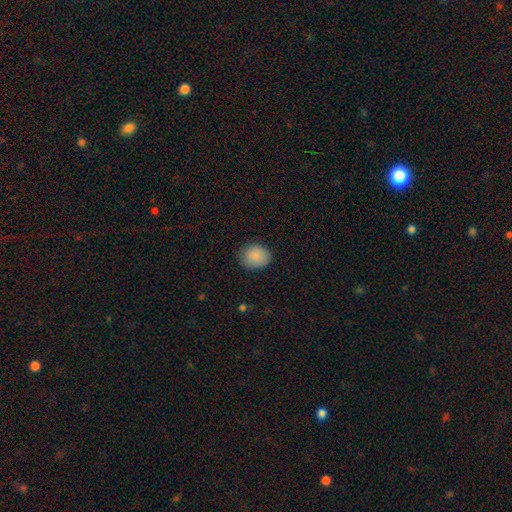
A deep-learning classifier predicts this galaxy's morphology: Smooth or featured? Predicted: smooth (p=0.88). How rounded? Predicted: round (p=0.62). Merging? Predicted: none (p=0.82).